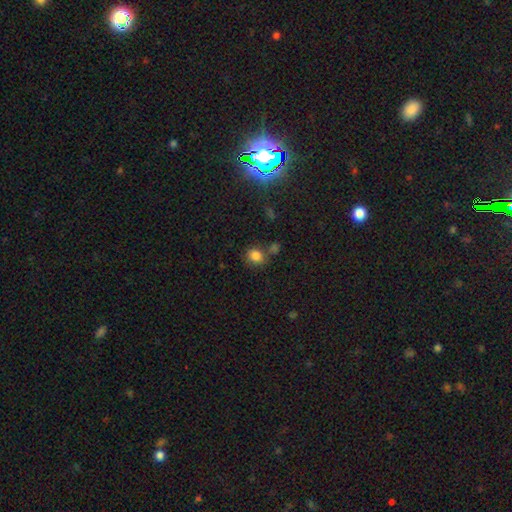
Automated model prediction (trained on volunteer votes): Morphology: type=smooth (82%); roundness=round (59%); merging=none (66%).